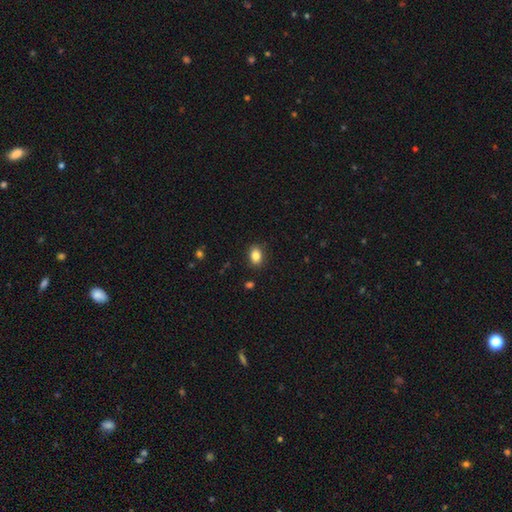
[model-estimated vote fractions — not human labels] Smooth or featured?
  - smooth: 85% *
  - star or artifact: 9%
  - featured or disk: 6%
How rounded?
  - in between: 74% *
  - round: 25%
  - cigar-shaped: 1%
Merging?
  - none: 87% *
  - minor disturbance: 9%
  - major disturbance: 2%
  - merger: 1%